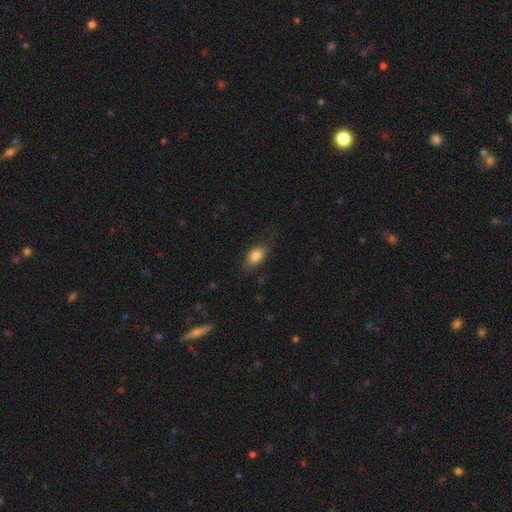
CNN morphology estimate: A smooth galaxy with no disk features (82%) that is in between round and cigar-shaped (88%).

Vote fractions:
- Smooth or featured? smooth: 82% / featured or disk: 11% / star or artifact: 7%
- How rounded? in between: 88% / cigar-shaped: 6% / round: 6%
- Merging? none: 77% / minor disturbance: 18% / major disturbance: 5% / merger: 1%